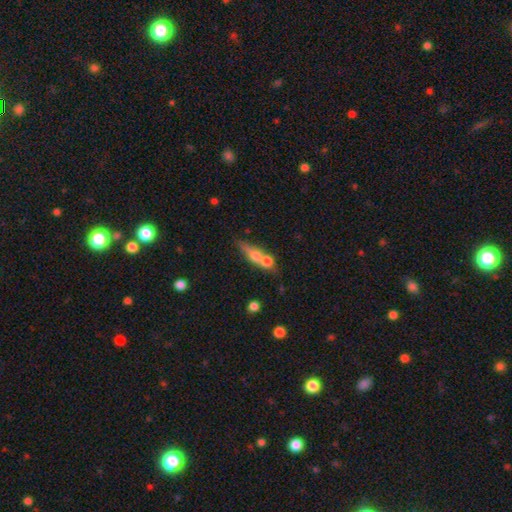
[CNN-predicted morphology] Smooth or featured: smooth — 54% (featured or disk — 36%)
How rounded: cigar-shaped — 42% (in between — 36%)
Merging: merger — 49% (none — 34%)